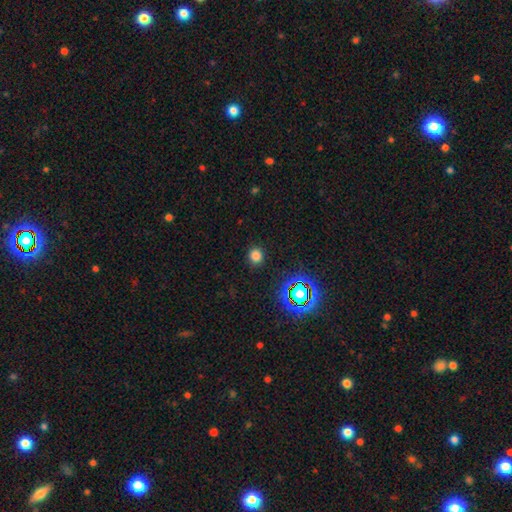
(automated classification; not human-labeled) Smooth or featured? Predicted: smooth (p=0.76). How rounded? Predicted: round (p=0.86). Merging? Predicted: none (p=0.88).